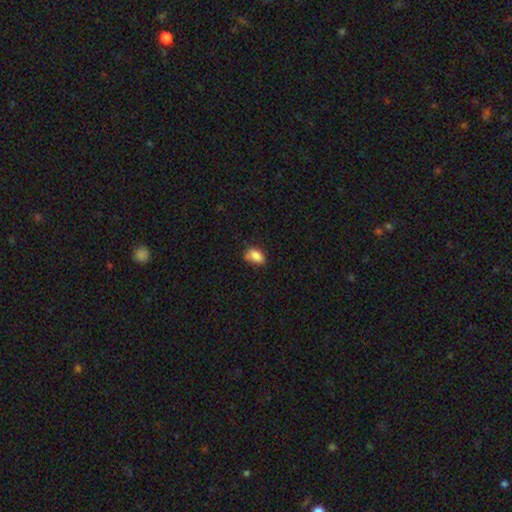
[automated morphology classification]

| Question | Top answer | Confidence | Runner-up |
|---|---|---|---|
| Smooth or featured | smooth | 85% | star or artifact (9%) |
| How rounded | in between | 85% | round (12%) |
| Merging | none | 65% | minor disturbance (27%) |